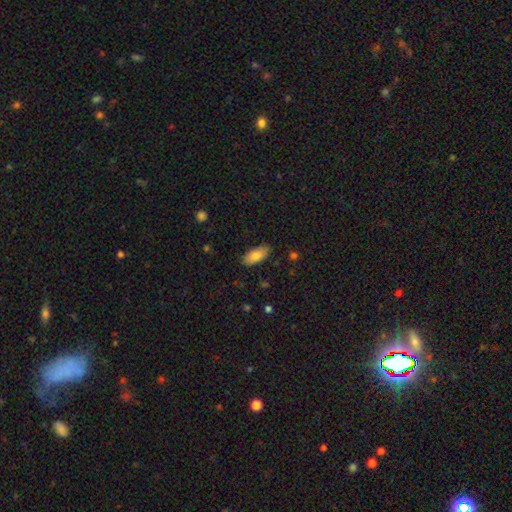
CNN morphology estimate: A smooth galaxy with no disk features (83%) that is in between round and cigar-shaped (86%).

Vote fractions:
- Smooth or featured? smooth: 83% / featured or disk: 11% / star or artifact: 6%
- How rounded? in between: 86% / cigar-shaped: 12% / round: 2%
- Merging? none: 85% / minor disturbance: 11% / major disturbance: 2% / merger: 1%